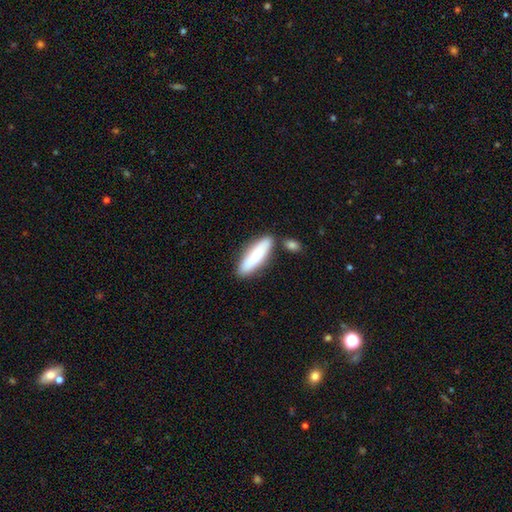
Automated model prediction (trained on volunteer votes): Smooth or featured?
  - smooth: 82% *
  - featured or disk: 13%
  - star or artifact: 6%
How rounded?
  - cigar-shaped: 62% *
  - in between: 37%
  - round: 2%
Merging?
  - none: 75% *
  - minor disturbance: 13%
  - merger: 9%
  - major disturbance: 3%